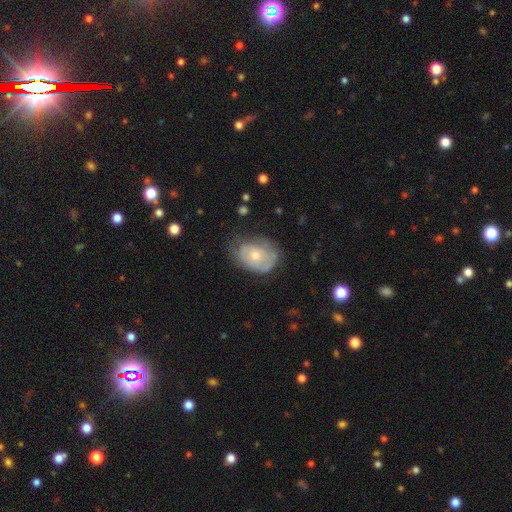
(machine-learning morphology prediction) A featured or disk galaxy (49%).

Vote fractions:
- Smooth or featured? featured or disk: 49% / smooth: 45% / star or artifact: 7%
- Merging? none: 51% / minor disturbance: 32% / major disturbance: 15% / merger: 2%